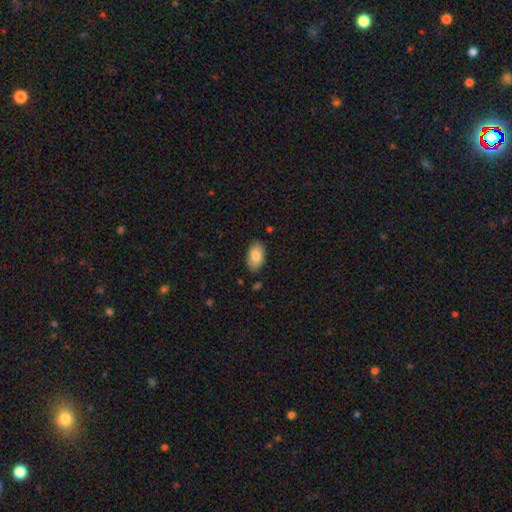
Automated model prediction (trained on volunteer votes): A smooth galaxy with no disk features (84%) that is in between round and cigar-shaped (95%).

Vote fractions:
- Smooth or featured? smooth: 84% / featured or disk: 10% / star or artifact: 6%
- How rounded? in between: 95% / round: 4% / cigar-shaped: 2%
- Merging? none: 85% / minor disturbance: 11% / major disturbance: 2% / merger: 1%